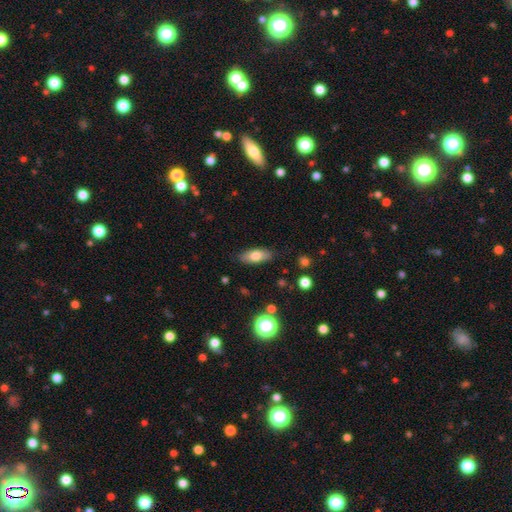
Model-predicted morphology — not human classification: smooth_or_featured: smooth (p=0.74) [alt: featured or disk p=0.18]
how_rounded: in between (p=0.81) [alt: cigar-shaped p=0.15]
merging: none (p=0.84) [alt: minor disturbance p=0.12]